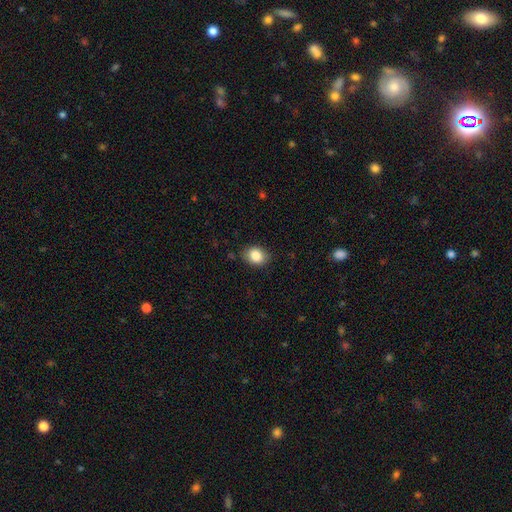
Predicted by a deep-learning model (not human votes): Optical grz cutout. It shows a smooth galaxy with no disk features (86%) that is in between round and cigar-shaped (53%). Merging: none (85%).